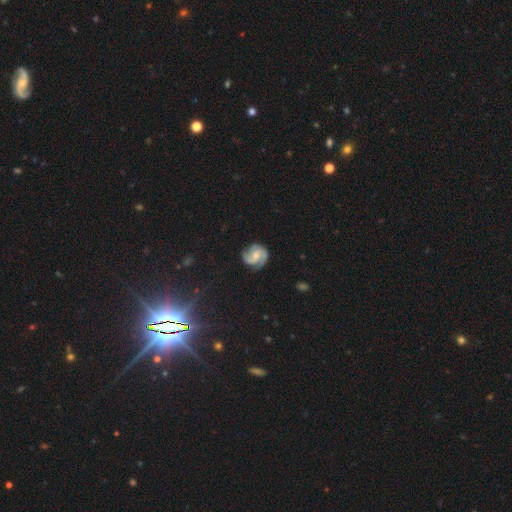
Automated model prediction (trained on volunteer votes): This appears to be a featured or disk galaxy (83%) with no bar (46%), 2 (70%) medium (49%) spiral arms (97%) and a small central bulge (49%). Merging: none (77%).